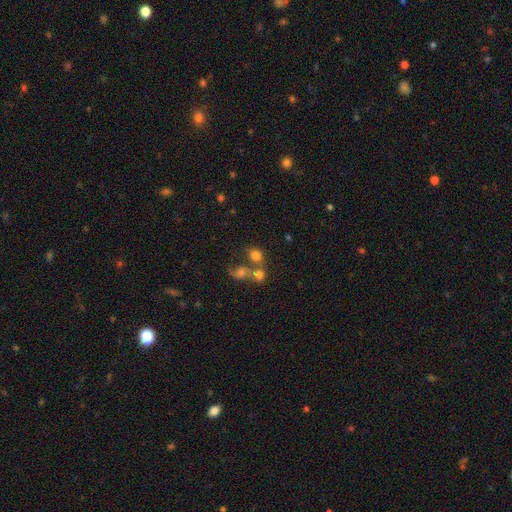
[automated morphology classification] type=smooth (72%); roundness=round (64%); merging=merger (46%).